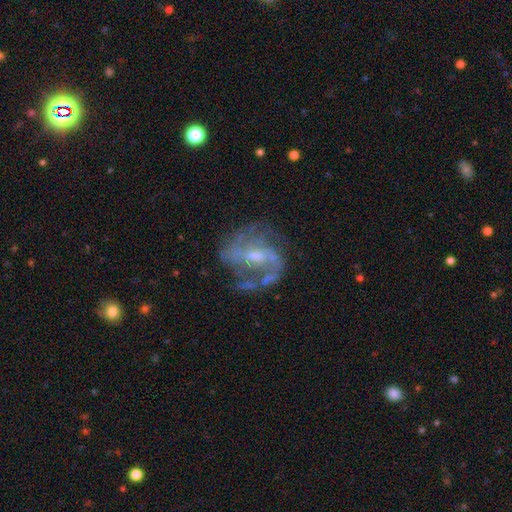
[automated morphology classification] Q: Smooth or featured?
A: featured or disk (84%); runner-up: smooth (9%)
Q: Edge-on disk?
A: no (97%); runner-up: yes (3%)
Q: Bar?
A: weak (53%); runner-up: no (25%)
Q: Spiral arms?
A: yes (91%); runner-up: no (9%)
Q: Spiral winding?
A: medium (51%); runner-up: loose (25%)
Q: Spiral arm count?
A: 2 (60%); runner-up: can't tell (16%)
Q: Bulge size?
A: small (43%); tied with: moderate (43%)
Q: Merging?
A: none (60%); runner-up: minor disturbance (19%)